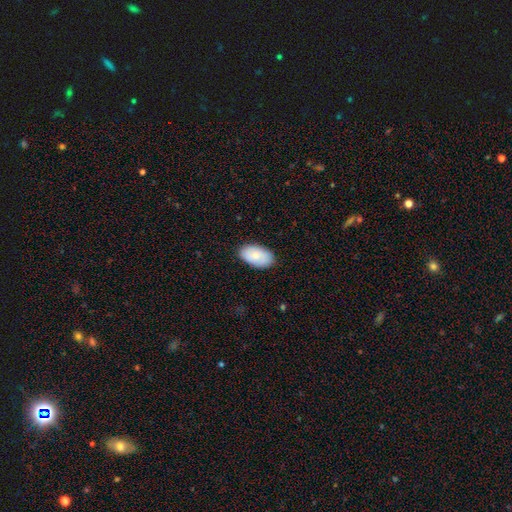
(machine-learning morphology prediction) smooth_or_featured: smooth (p=0.79) [alt: featured or disk p=0.15]
how_rounded: in between (p=0.94) [alt: round p=0.04]
merging: none (p=0.86) [alt: minor disturbance p=0.11]